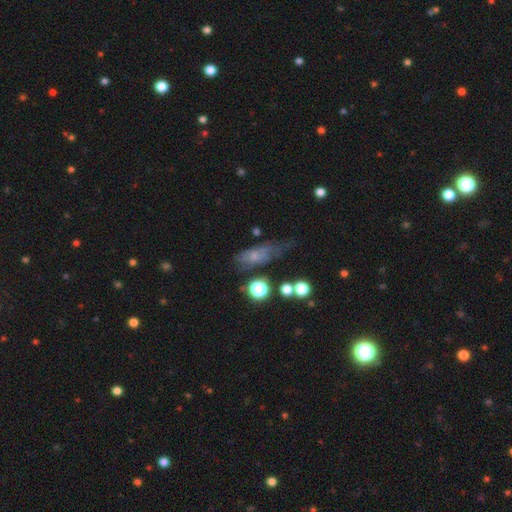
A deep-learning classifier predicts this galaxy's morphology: A smooth galaxy with no disk features (50%) that is in between round and cigar-shaped (61%).

Vote fractions:
- Smooth or featured? smooth: 50% / featured or disk: 35% / star or artifact: 15%
- How rounded? in between: 61% / cigar-shaped: 27% / round: 11%
- Merging? none: 40% / minor disturbance: 32% / major disturbance: 22% / merger: 6%